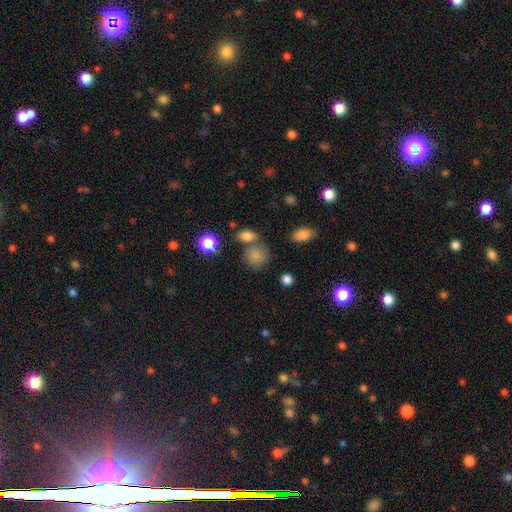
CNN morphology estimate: smooth-or-featured: smooth: 80% | star or artifact: 13% | featured or disk: 7%
  how-rounded: round: 75% | in between: 24% | cigar-shaped: 1%
  merging: none: 60% | merger: 19% | minor disturbance: 15% | major disturbance: 6%